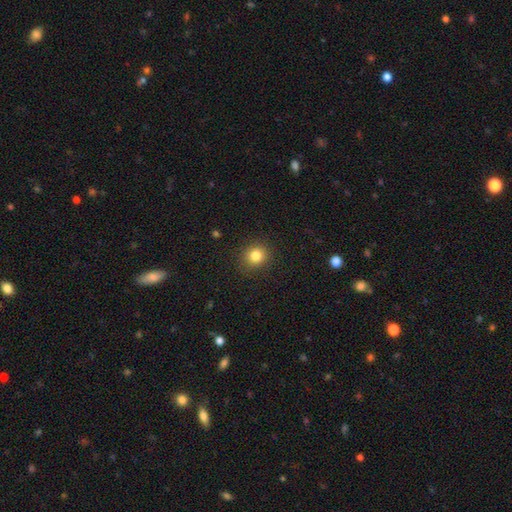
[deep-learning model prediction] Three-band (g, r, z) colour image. It shows a smooth galaxy with no disk features (83%) that is round (84%). Merging: none (89%).